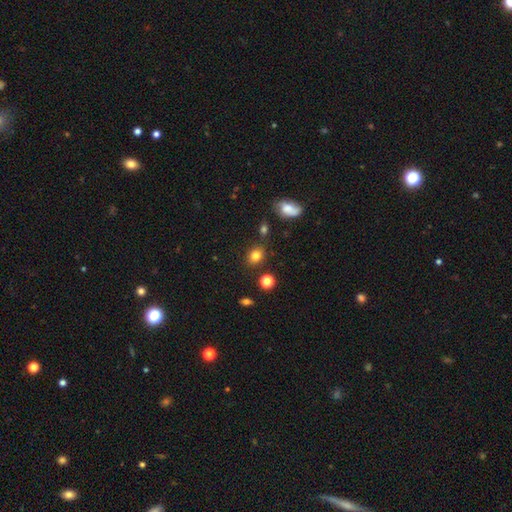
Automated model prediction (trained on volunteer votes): Smooth or featured: smooth — 81% (star or artifact — 12%)
How rounded: in between — 50% (round — 49%)
Merging: none — 82% (minor disturbance — 11%)